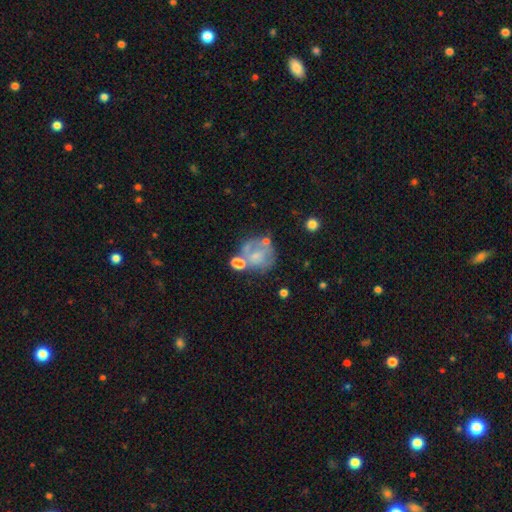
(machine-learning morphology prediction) Smooth or featured? featured or disk (47%)
Merging? none (40%)